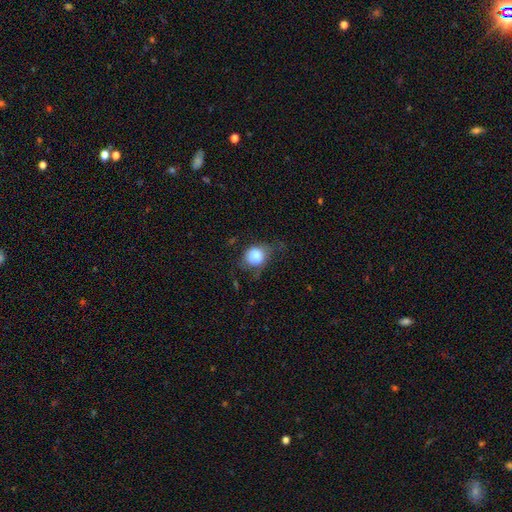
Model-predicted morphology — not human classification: Smooth or featured?
  - smooth: 79% *
  - featured or disk: 11%
  - star or artifact: 9%
How rounded?
  - round: 64% *
  - in between: 35%
  - cigar-shaped: 1%
Merging?
  - none: 45% *
  - minor disturbance: 33%
  - major disturbance: 19%
  - merger: 2%